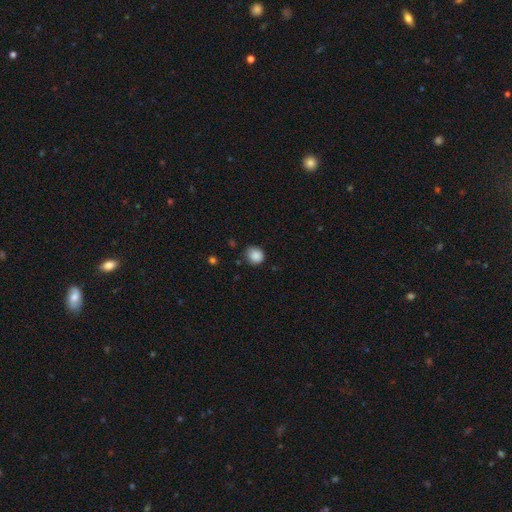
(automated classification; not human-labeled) smooth 87%, star or artifact 9%, featured or disk 4%. Down the decision tree: how rounded — round (84%); merging — none (74%).